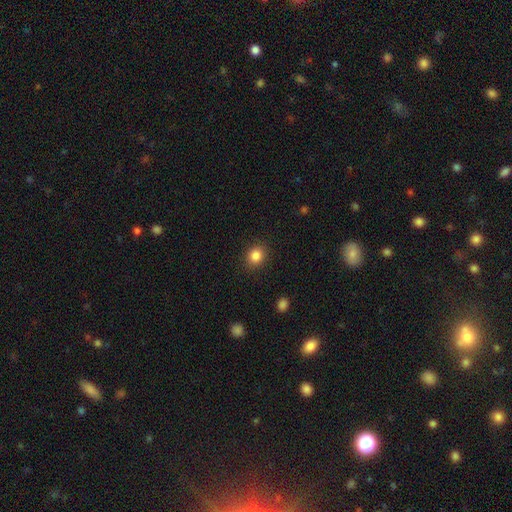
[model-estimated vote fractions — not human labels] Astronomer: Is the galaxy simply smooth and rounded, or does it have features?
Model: smooth — 85%.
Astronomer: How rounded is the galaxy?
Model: round — 73%.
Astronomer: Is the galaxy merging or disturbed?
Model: none — 90%.